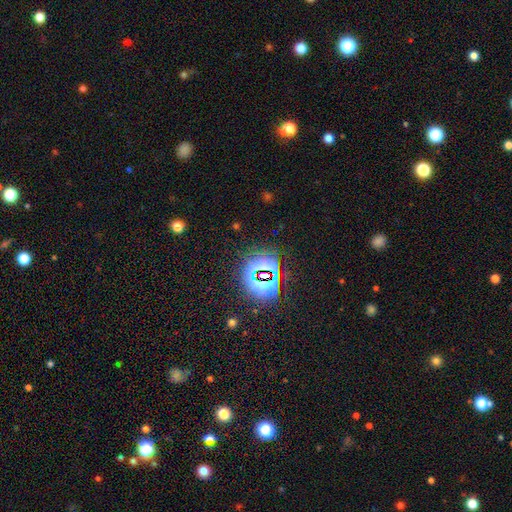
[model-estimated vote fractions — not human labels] Smooth or featured: star or artifact — 81% (smooth — 12%)